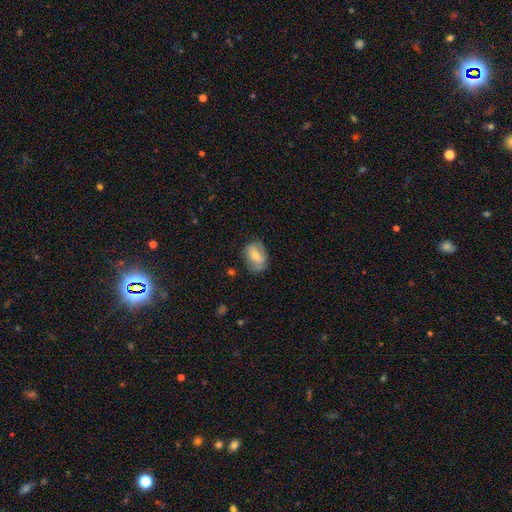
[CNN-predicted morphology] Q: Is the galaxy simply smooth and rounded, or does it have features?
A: smooth — 57%.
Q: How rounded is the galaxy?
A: in between — 76%.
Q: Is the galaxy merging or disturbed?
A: none — 61%.